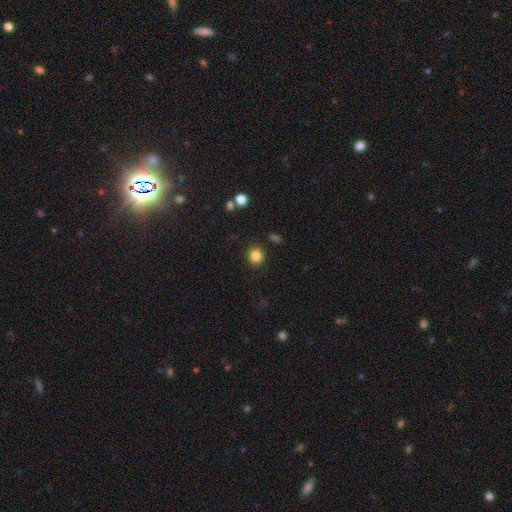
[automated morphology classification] Smooth or featured? smooth (84%)
How rounded? round (88%)
Merging? none (90%)